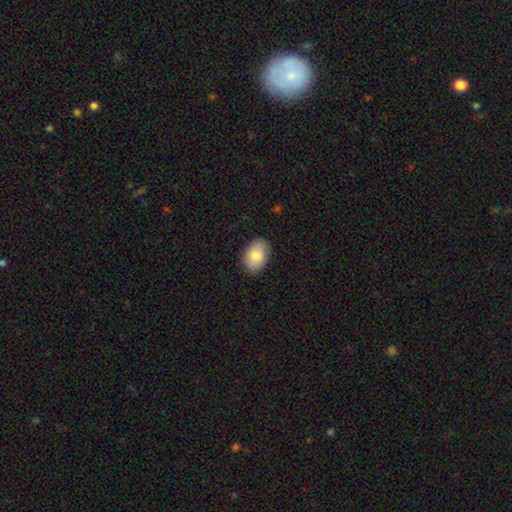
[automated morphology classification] smooth 81%, featured or disk 12%, star or artifact 7%. Down the decision tree: how rounded — in between (82%); merging — none (85%).